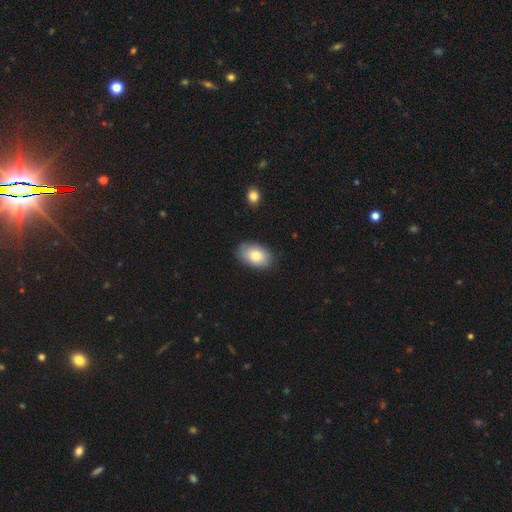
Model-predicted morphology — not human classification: Smooth or featured? smooth (79%)
How rounded? in between (90%)
Merging? none (81%)